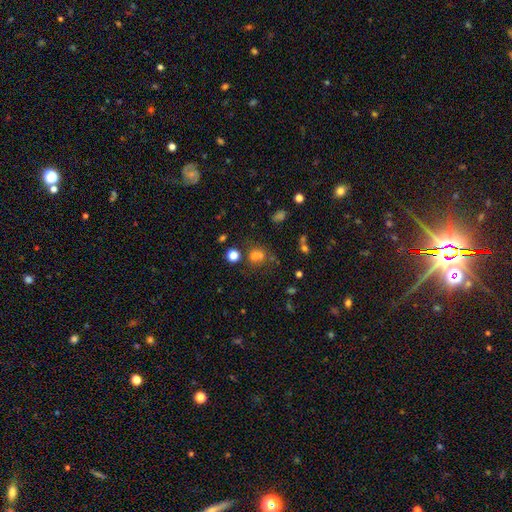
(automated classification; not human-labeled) Overall: smooth (61%; star or artifact 27%). How rounded: round (72%). Merging: none (49%; merger 33%).